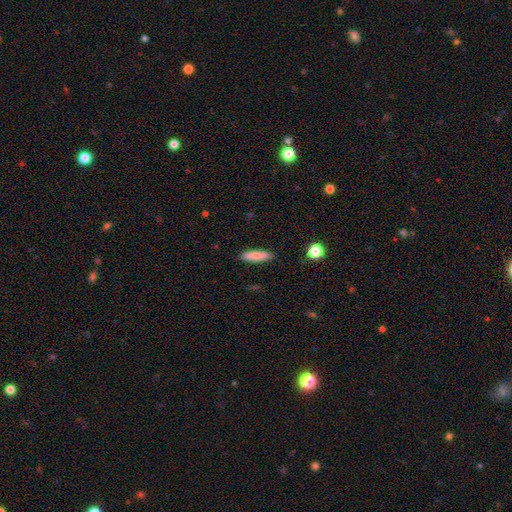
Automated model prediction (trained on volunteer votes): The model was most divided on "how rounded": cigar-shaped: 67%, in between: 31%, round: 2%. More confident: merging — none (86%); smooth or featured — smooth (82%).